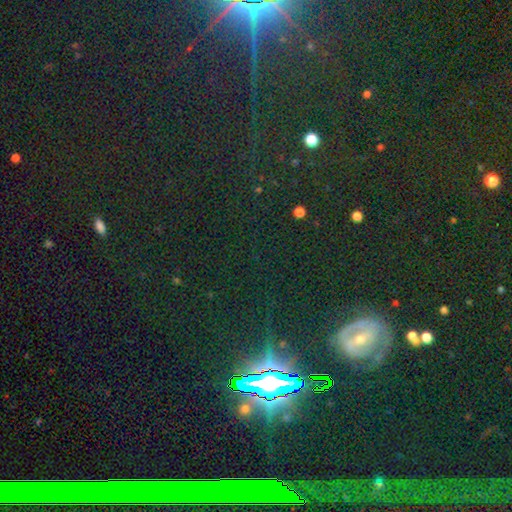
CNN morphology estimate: smooth-or-featured: star or artifact: 79% | smooth: 12% | featured or disk: 9%